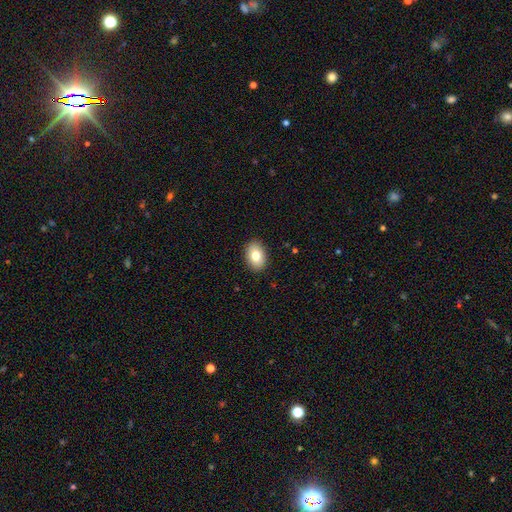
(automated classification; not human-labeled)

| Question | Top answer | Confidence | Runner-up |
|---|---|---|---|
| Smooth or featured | smooth | 80% | featured or disk (12%) |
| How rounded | in between | 86% | round (13%) |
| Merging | none | 90% | minor disturbance (7%) |